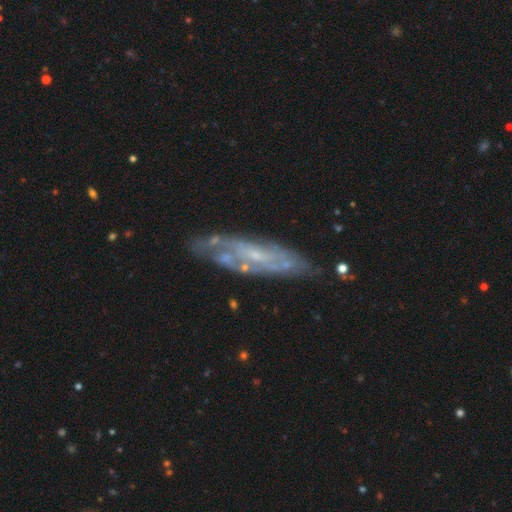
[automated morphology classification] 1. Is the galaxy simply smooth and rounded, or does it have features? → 75% featured or disk, 18% smooth, 7% star or artifact.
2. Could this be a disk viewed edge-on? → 72% no, 28% yes.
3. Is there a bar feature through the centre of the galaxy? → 59% no, 32% weak, 9% strong.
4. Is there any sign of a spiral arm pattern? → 70% yes, 30% no.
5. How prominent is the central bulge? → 65% small, 17% none, 16% moderate, 1% large, 1% dominant.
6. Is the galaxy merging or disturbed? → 68% none, 19% minor disturbance, 8% major disturbance, 5% merger.